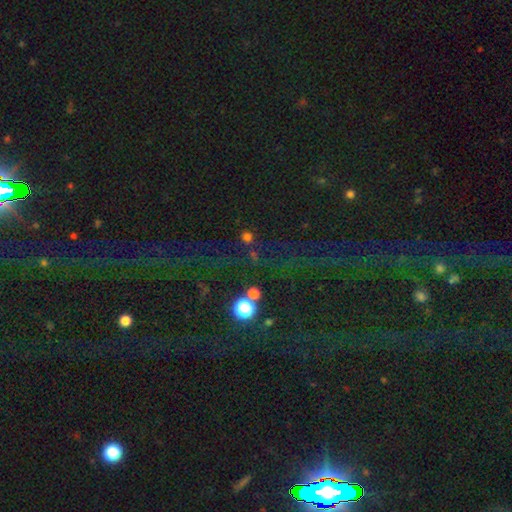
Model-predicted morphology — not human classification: Smooth or featured?
  - star or artifact: 84% *
  - smooth: 8%
  - featured or disk: 8%